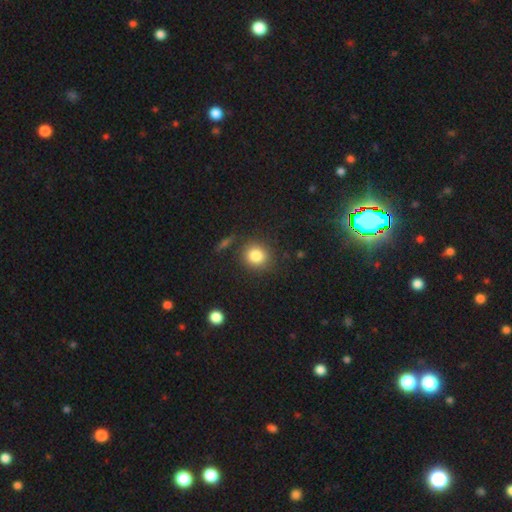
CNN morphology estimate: Smooth or featured?
  - smooth: 83% *
  - star or artifact: 11%
  - featured or disk: 6%
How rounded?
  - round: 85% *
  - in between: 14%
  - cigar-shaped: 1%
Merging?
  - none: 86% *
  - minor disturbance: 8%
  - merger: 3%
  - major disturbance: 3%